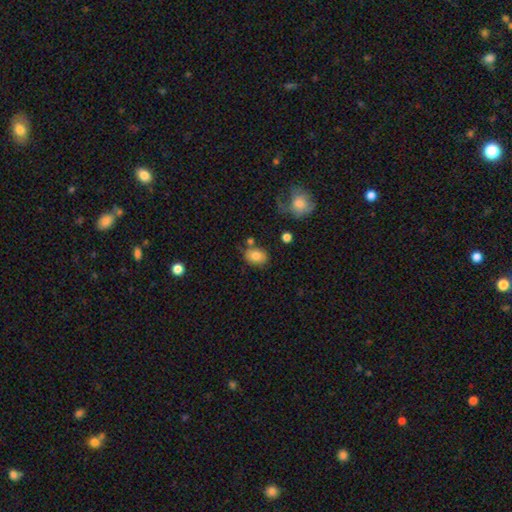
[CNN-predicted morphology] Smooth or featured?
  - smooth: 82% *
  - featured or disk: 9%
  - star or artifact: 9%
How rounded?
  - in between: 69% *
  - round: 29%
  - cigar-shaped: 1%
Merging?
  - none: 69% *
  - minor disturbance: 17%
  - merger: 9%
  - major disturbance: 5%